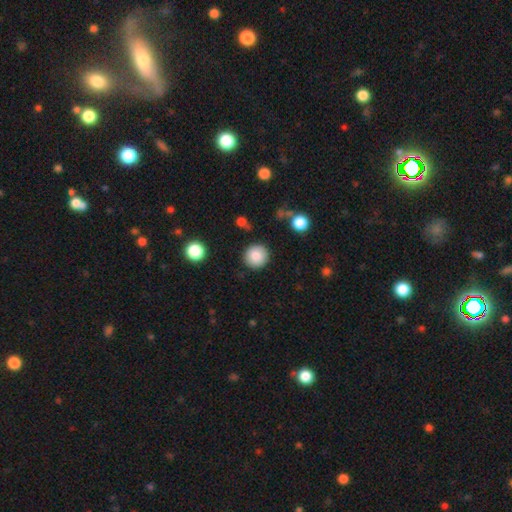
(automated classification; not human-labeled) Smooth or featured: smooth — 84% (star or artifact — 9%)
How rounded: round — 93% (in between — 6%)
Merging: none — 89% (minor disturbance — 7%)